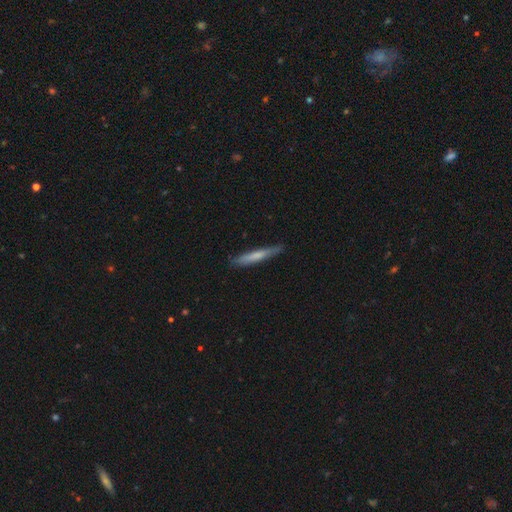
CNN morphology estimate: Smooth or featured: smooth — 63% (featured or disk — 31%)
How rounded: cigar-shaped — 95% (in between — 4%)
Merging: none — 84% (minor disturbance — 12%)